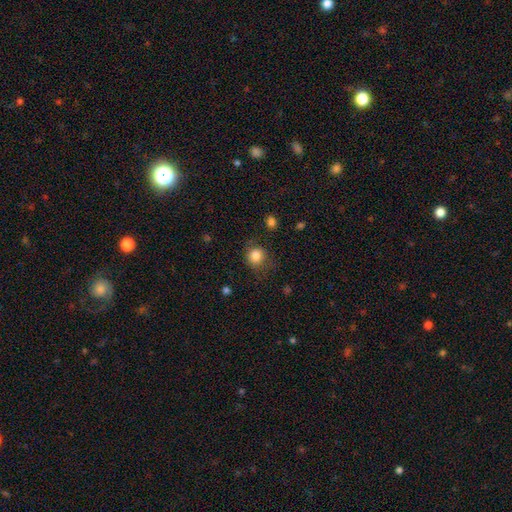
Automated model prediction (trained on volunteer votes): smooth_or_featured: smooth (p=0.84) [alt: star or artifact p=0.10]
how_rounded: round (p=0.85) [alt: in between p=0.14]
merging: none (p=0.71) [alt: minor disturbance p=0.19]